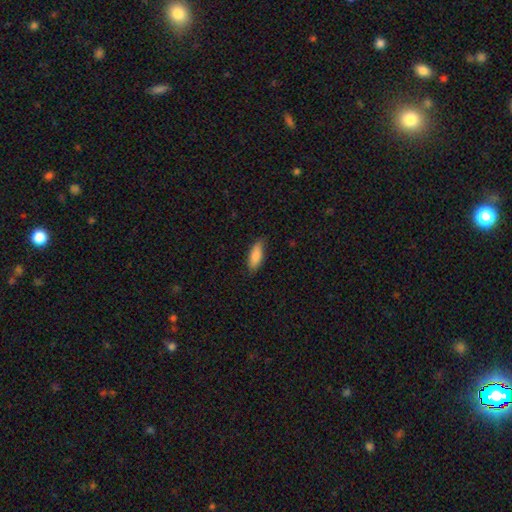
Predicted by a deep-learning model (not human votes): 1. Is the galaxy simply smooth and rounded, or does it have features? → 86% smooth, 8% featured or disk, 6% star or artifact.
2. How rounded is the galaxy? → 72% in between, 26% cigar-shaped, 2% round.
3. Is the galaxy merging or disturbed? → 82% none, 15% minor disturbance, 2% major disturbance, 1% merger.